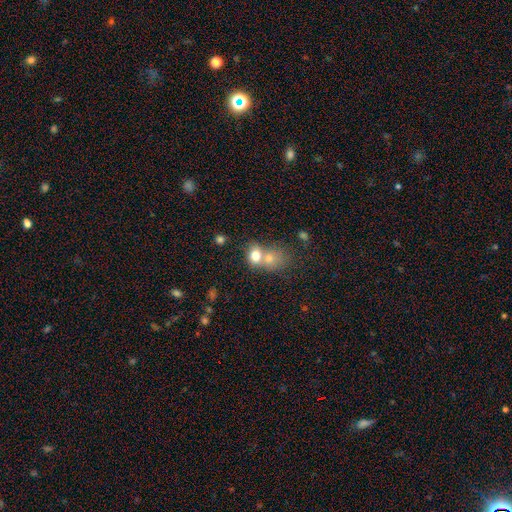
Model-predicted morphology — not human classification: Overall: smooth (75%). How rounded: in between (49%, tied with round). Merging: merger (63%; none 25%).